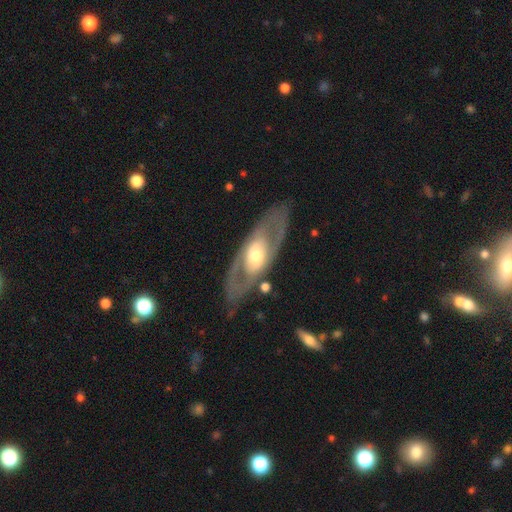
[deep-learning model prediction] smooth_or_featured: featured or disk (p=0.71) [alt: smooth p=0.24]
disk_edge_on: no (p=0.82) [alt: yes p=0.18]
bar: no (p=0.71) [alt: weak p=0.19]
has_spiral_arms: no (p=0.66) [alt: yes p=0.34]
bulge_size: moderate (p=0.62) [alt: small p=0.18]
merging: none (p=0.78) [alt: minor disturbance p=0.12]